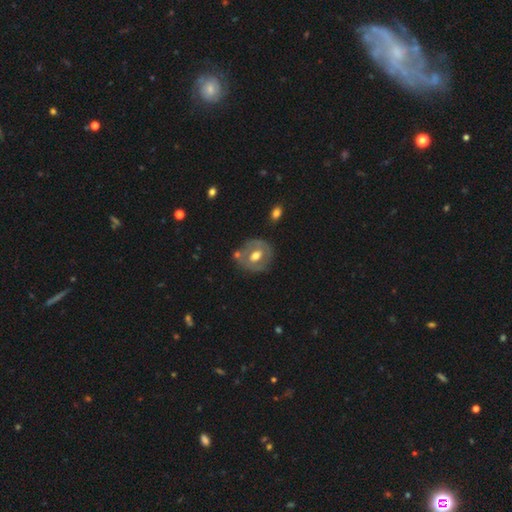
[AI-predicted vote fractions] Morphology: type=featured or disk (56%); edge-on=no (94%); bar=no (47%); spiral arms=no (74%); bulge=moderate (75%); merging=none (69%).